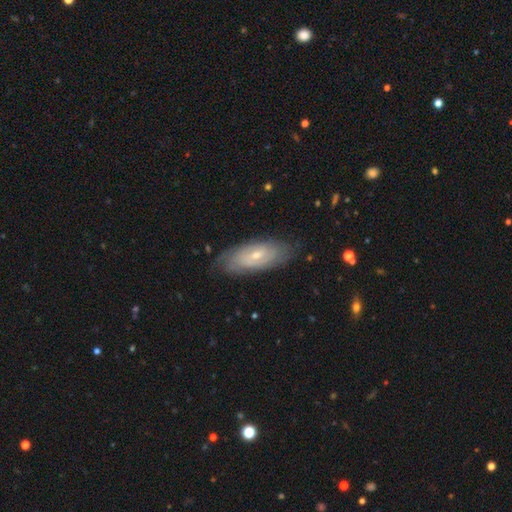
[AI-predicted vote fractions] The model was most divided on "smooth or featured": featured or disk: 59%, smooth: 33%, star or artifact: 8%. More confident: edge-on disk — no (82%); merging — none (79%).